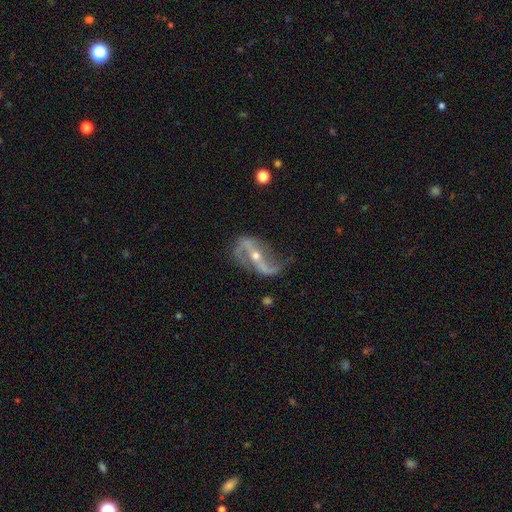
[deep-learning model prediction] A featured or disk galaxy (89%) with a strong bar (60%), 2 (89%) loose (77%) spiral arms (94%) and a small central bulge (55%). Merging: none (61%).